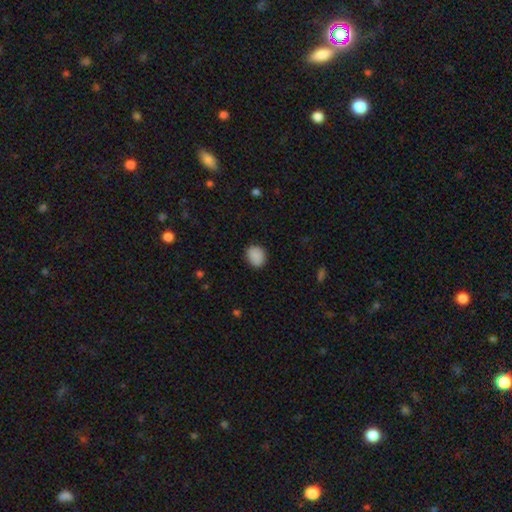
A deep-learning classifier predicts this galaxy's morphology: Smooth or featured? smooth (89%)
How rounded? round (56%)
Merging? none (86%)